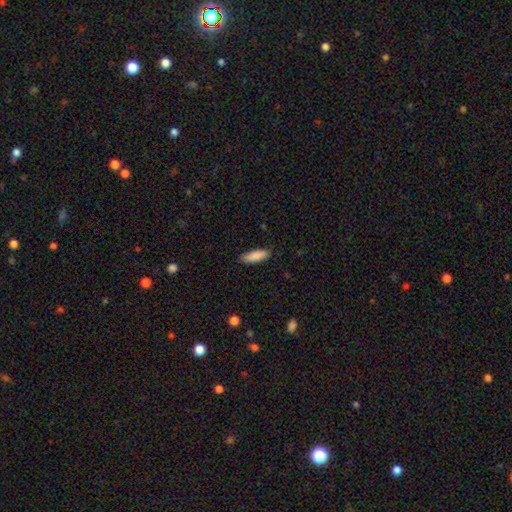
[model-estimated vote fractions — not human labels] Q: Smooth or featured?
A: smooth (89%); runner-up: star or artifact (6%)
Q: How rounded?
A: in between (63%); runner-up: cigar-shaped (36%)
Q: Merging?
A: none (85%); runner-up: minor disturbance (11%)